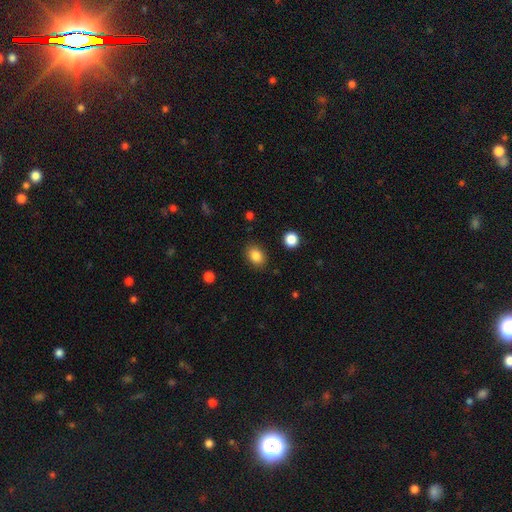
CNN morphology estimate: smooth_or_featured: smooth (p=0.85) [alt: star or artifact p=0.09]
how_rounded: in between (p=0.67) [alt: round p=0.32]
merging: none (p=0.86) [alt: minor disturbance p=0.09]